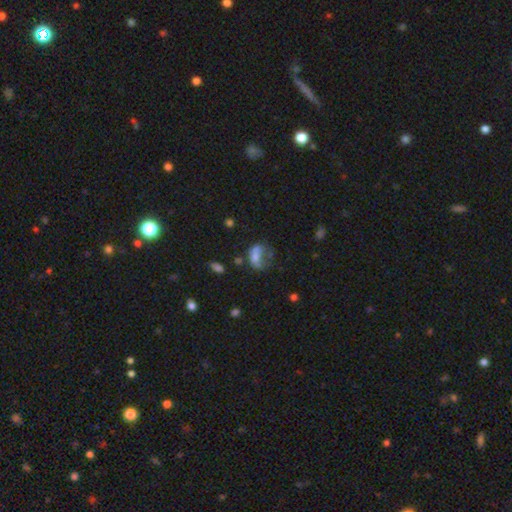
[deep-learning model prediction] A smooth galaxy with no disk features (57%) that is in between round and cigar-shaped (76%).

Vote fractions:
- Smooth or featured? smooth: 57% / featured or disk: 30% / star or artifact: 13%
- How rounded? in between: 76% / round: 21% / cigar-shaped: 3%
- Merging? major disturbance: 37% / none: 25% / minor disturbance: 22% / merger: 15%